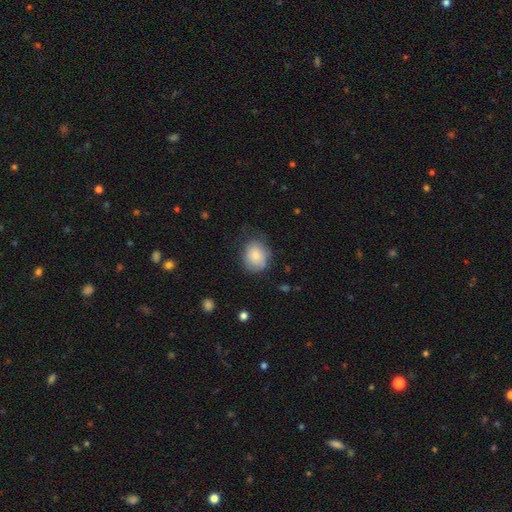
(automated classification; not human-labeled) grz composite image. It shows a smooth galaxy with no disk features (76%) that is round (59%). Merging: none (61%).